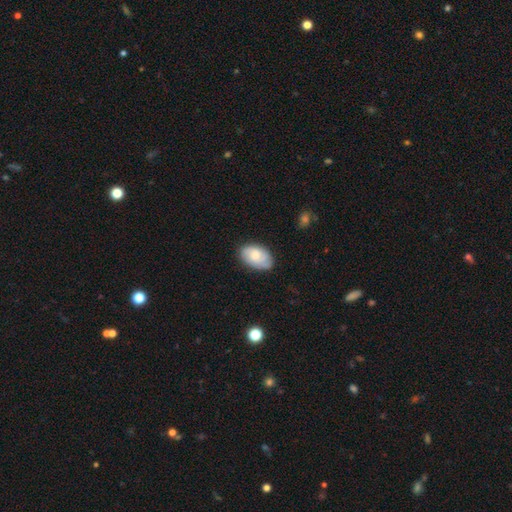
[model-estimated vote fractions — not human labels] Overall: smooth (58%; featured or disk 35%). How rounded: in between (91%). Merging: none (76%).